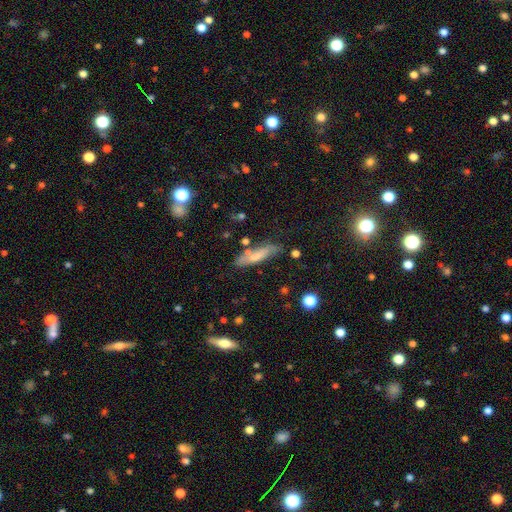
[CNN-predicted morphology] Smooth or featured?
  - smooth: 64% *
  - featured or disk: 28%
  - star or artifact: 8%
How rounded?
  - cigar-shaped: 73% *
  - in between: 25%
  - round: 2%
Merging?
  - none: 71% *
  - minor disturbance: 18%
  - merger: 6%
  - major disturbance: 5%